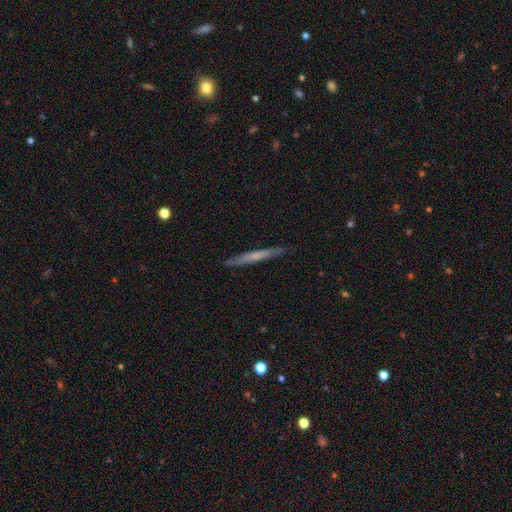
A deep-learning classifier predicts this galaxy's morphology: type=featured or disk (47%, tied with smooth); merging=none (89%).